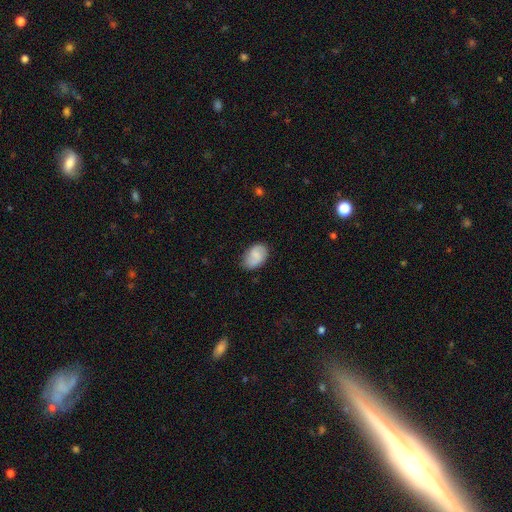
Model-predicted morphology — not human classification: Overall: smooth (63%; featured or disk 29%). How rounded: in between (86%). Merging: none (74%).